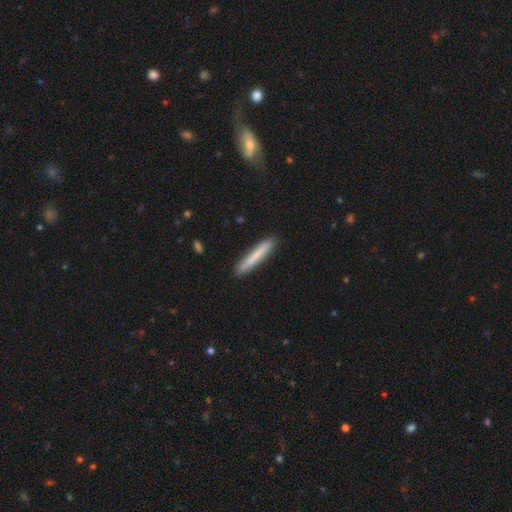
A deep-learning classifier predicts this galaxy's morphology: A smooth galaxy with no disk features (75%) that is cigar-shaped (95%). Merging: none (89%).